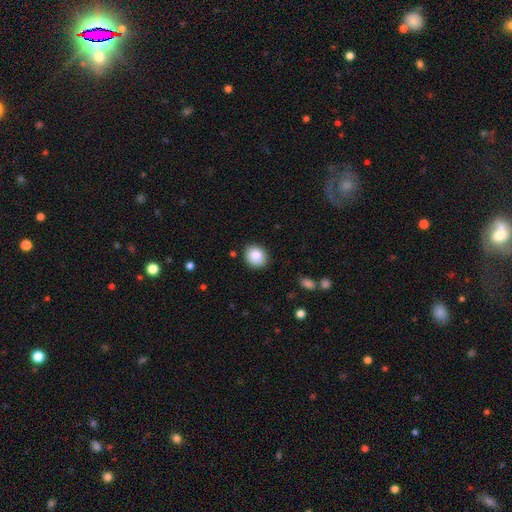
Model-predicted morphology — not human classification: This appears to be a smooth galaxy with no disk features (87%) that is round (68%). Merging: none (86%).